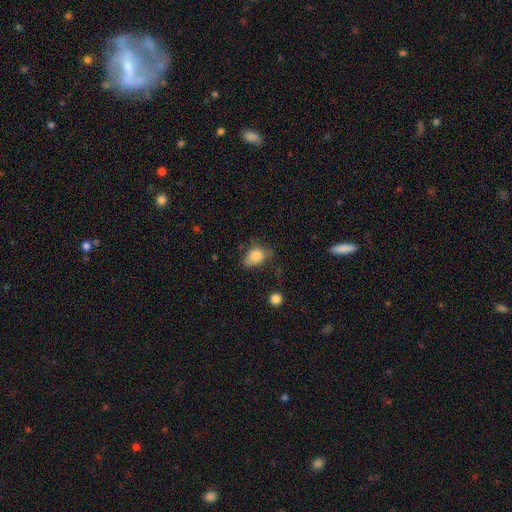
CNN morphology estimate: smooth 80%, featured or disk 11%, star or artifact 9%. Down the decision tree: how rounded — in between (70%); merging — none (48%).